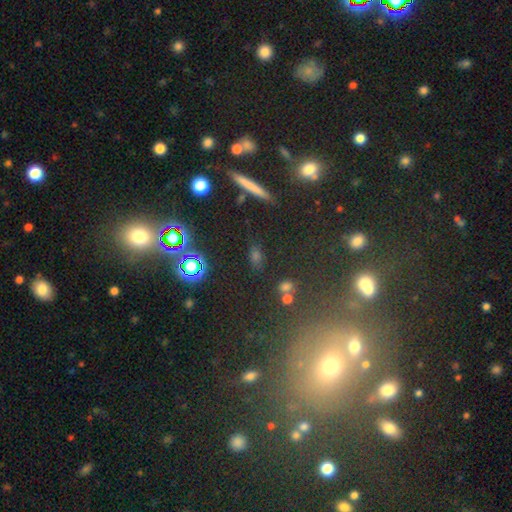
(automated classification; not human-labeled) A smooth galaxy with no disk features (41%).

Vote fractions:
- Smooth or featured? smooth: 41% / star or artifact: 36% / featured or disk: 23%
- Merging? none: 82% / minor disturbance: 8% / merger: 6% / major disturbance: 4%